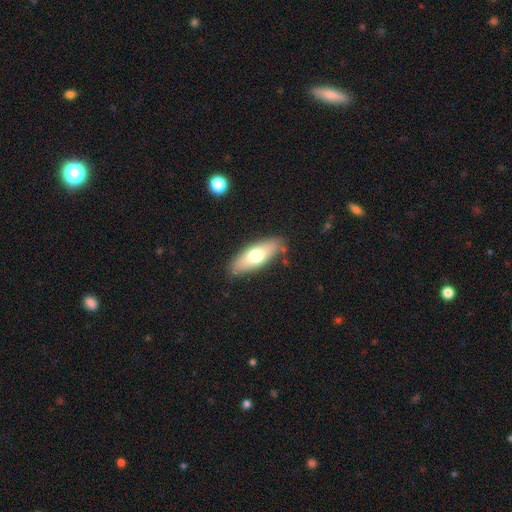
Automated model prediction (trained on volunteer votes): smooth_or_featured: smooth (p=0.64) [alt: featured or disk p=0.30]
how_rounded: in between (p=0.64) [alt: cigar-shaped p=0.33]
merging: none (p=0.85) [alt: minor disturbance p=0.11]